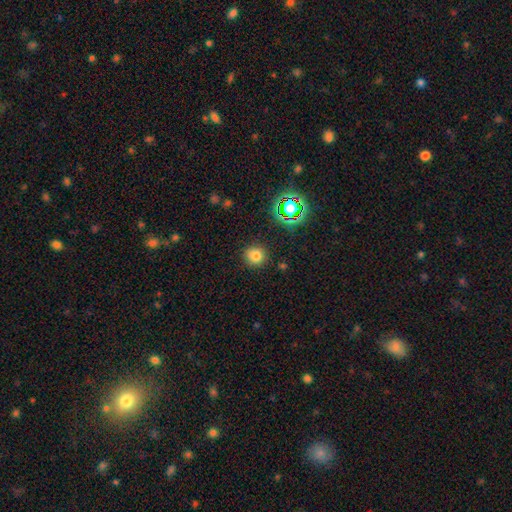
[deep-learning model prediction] Smooth or featured?
  - smooth: 76% *
  - star or artifact: 17%
  - featured or disk: 7%
How rounded?
  - round: 91% *
  - in between: 8%
  - cigar-shaped: 1%
Merging?
  - none: 88% *
  - minor disturbance: 7%
  - major disturbance: 2%
  - merger: 2%